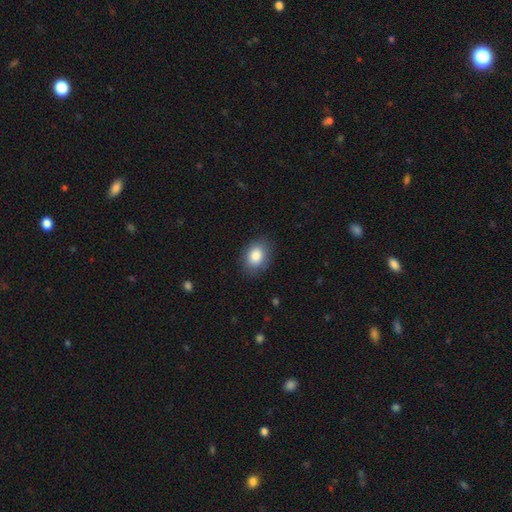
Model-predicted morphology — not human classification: This appears to be a smooth galaxy with no disk features (86%) that is in between round and cigar-shaped (71%). Merging: none (84%).